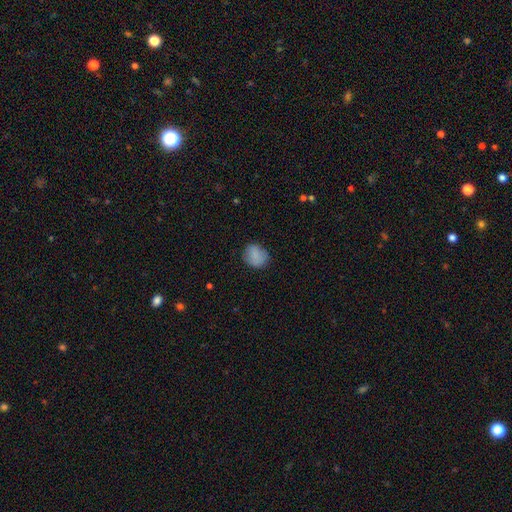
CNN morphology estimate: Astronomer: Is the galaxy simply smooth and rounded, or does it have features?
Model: smooth — 84%.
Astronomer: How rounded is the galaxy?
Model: round — 67%.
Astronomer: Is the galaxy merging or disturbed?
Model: none — 79%.